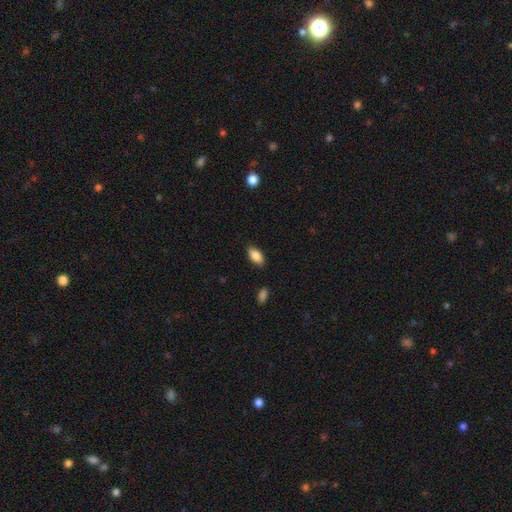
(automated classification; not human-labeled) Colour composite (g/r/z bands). It shows a smooth galaxy with no disk features (86%) that is in between round and cigar-shaped (91%). Merging: none (86%).